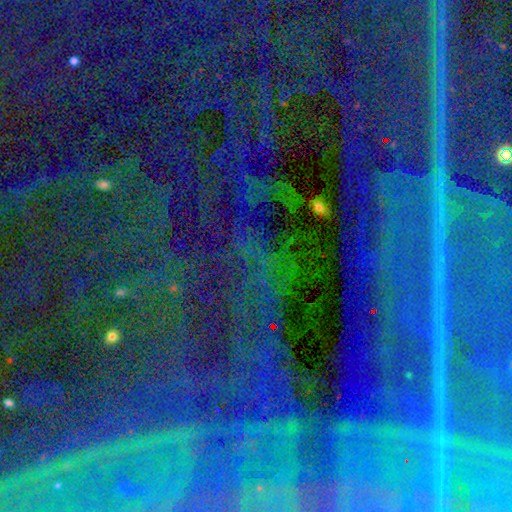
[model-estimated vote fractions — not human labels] This appears to be a star or artifact, not a galaxy (86%).